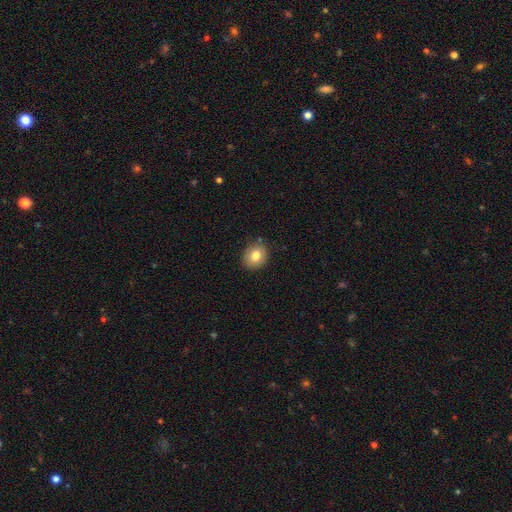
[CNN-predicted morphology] Smooth or featured?
  - smooth: 81% *
  - star or artifact: 10%
  - featured or disk: 9%
How rounded?
  - round: 72% *
  - in between: 27%
  - cigar-shaped: 1%
Merging?
  - none: 87% *
  - minor disturbance: 9%
  - major disturbance: 2%
  - merger: 2%